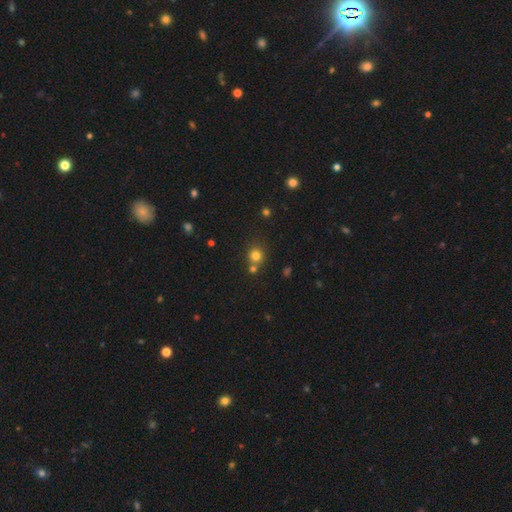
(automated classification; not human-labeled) Smooth or featured? Predicted: smooth (p=0.77). How rounded? Predicted: round (p=0.88). Merging? Predicted: none (p=0.66).